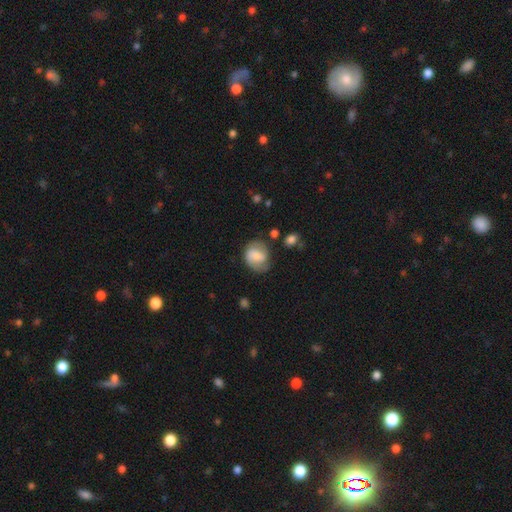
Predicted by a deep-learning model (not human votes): This appears to be a smooth galaxy with no disk features (54%) that is round (60%). Merging: none (59%).